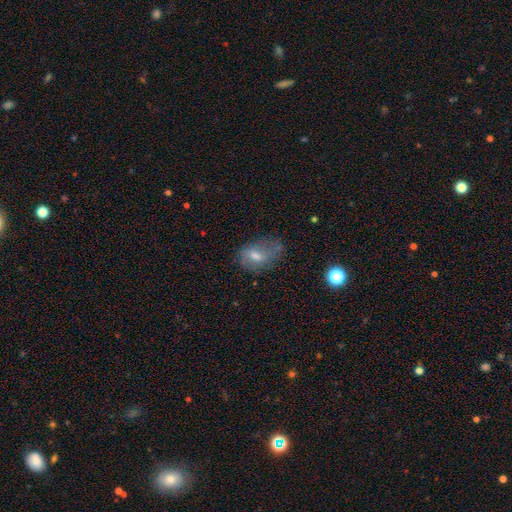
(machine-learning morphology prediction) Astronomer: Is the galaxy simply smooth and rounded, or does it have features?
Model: smooth — 57% (runner-up: featured or disk, 32%).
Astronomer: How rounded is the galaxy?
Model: in between — 85%.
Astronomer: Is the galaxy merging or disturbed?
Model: none — 48% (runner-up: minor disturbance, 31%).